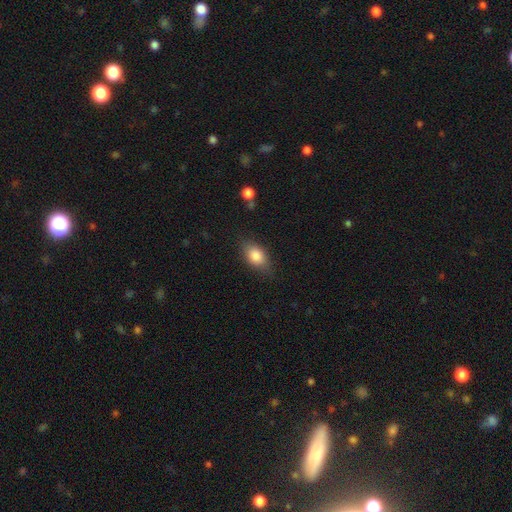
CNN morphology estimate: This appears to be a smooth galaxy with no disk features (83%) that is in between round and cigar-shaped (84%). Merging: none (77%).